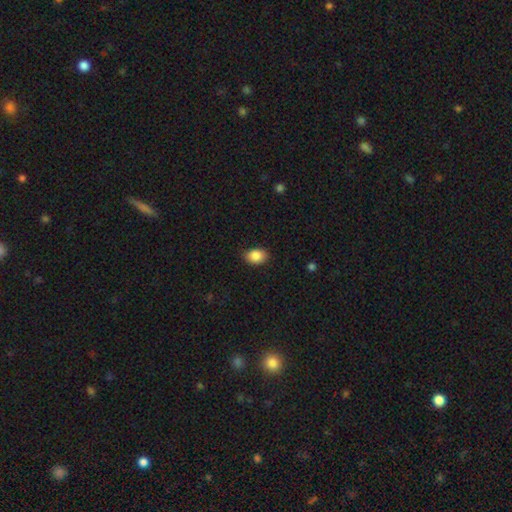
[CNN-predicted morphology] This is clearly a smooth galaxy (88%). How rounded: likely in between (78%). Merging: clearly none (86%).